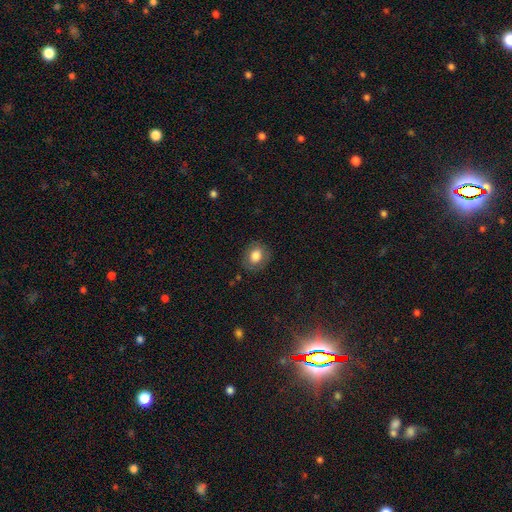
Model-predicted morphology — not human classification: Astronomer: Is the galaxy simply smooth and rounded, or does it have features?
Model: smooth — 77%.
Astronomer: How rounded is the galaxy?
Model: round — 58% (runner-up: in between, 41%).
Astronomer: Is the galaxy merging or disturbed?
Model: none — 82%.